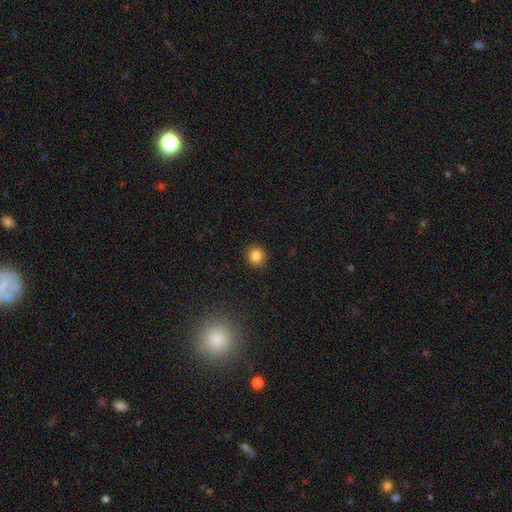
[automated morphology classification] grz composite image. It shows a smooth galaxy with no disk features (84%) that is round (88%). Merging: none (91%).